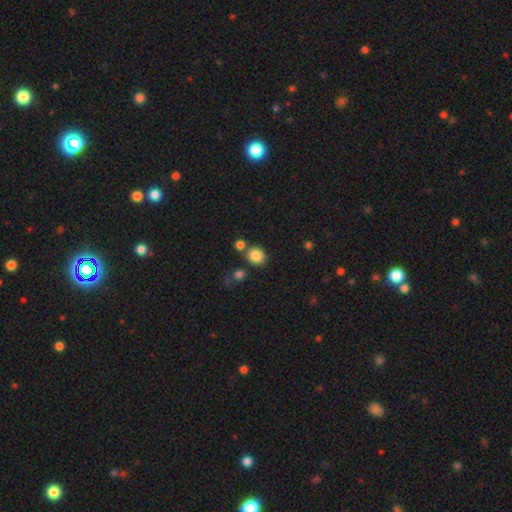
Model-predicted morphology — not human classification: A smooth galaxy with no disk features (83%) that is round (73%).

Vote fractions:
- Smooth or featured? smooth: 83% / star or artifact: 10% / featured or disk: 6%
- How rounded? round: 73% / in between: 27% / cigar-shaped: 1%
- Merging? none: 70% / merger: 16% / minor disturbance: 10% / major disturbance: 4%